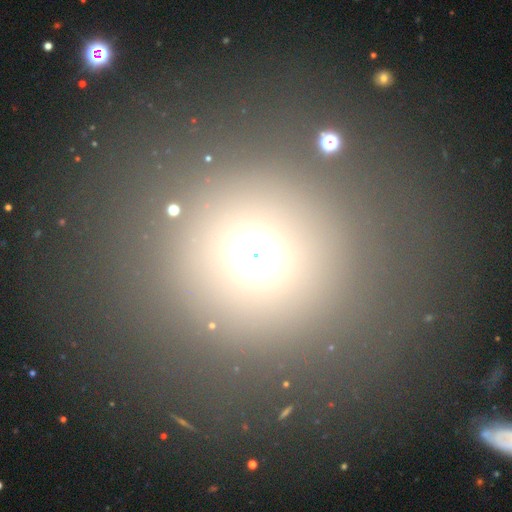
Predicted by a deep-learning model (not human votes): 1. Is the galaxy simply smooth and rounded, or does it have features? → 61% smooth, 30% star or artifact, 9% featured or disk.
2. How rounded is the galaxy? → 92% round, 7% in between, 1% cigar-shaped.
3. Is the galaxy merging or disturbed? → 83% none, 8% minor disturbance, 6% major disturbance, 4% merger.